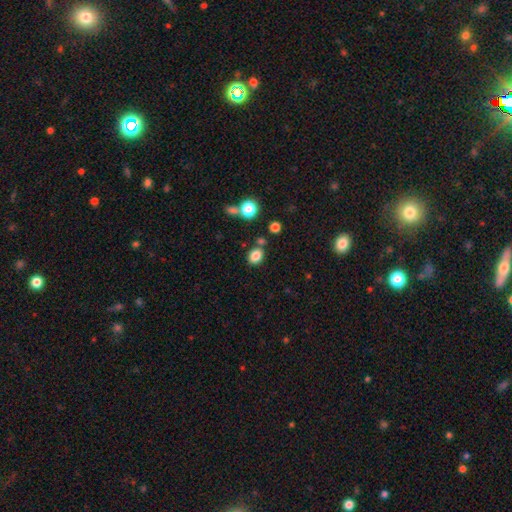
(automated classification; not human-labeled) A smooth galaxy with no disk features (83%) that is in between round and cigar-shaped (58%).

Vote fractions:
- Smooth or featured? smooth: 83% / star or artifact: 12% / featured or disk: 5%
- How rounded? in between: 58% / round: 41% / cigar-shaped: 1%
- Merging? none: 74% / minor disturbance: 12% / merger: 10% / major disturbance: 4%